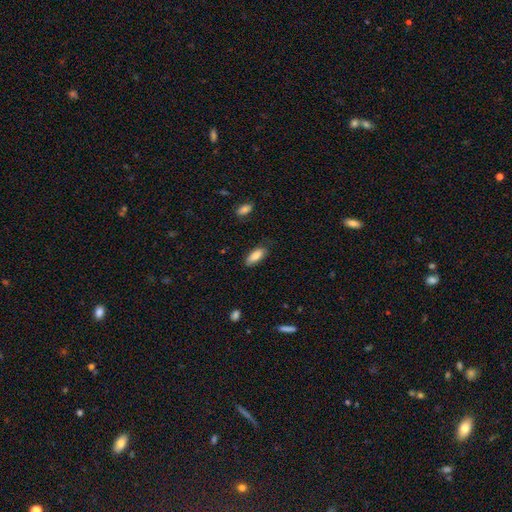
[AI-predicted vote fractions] This is clearly a smooth galaxy (84%). How rounded: likely in between (79%). Merging: likely none (77%).